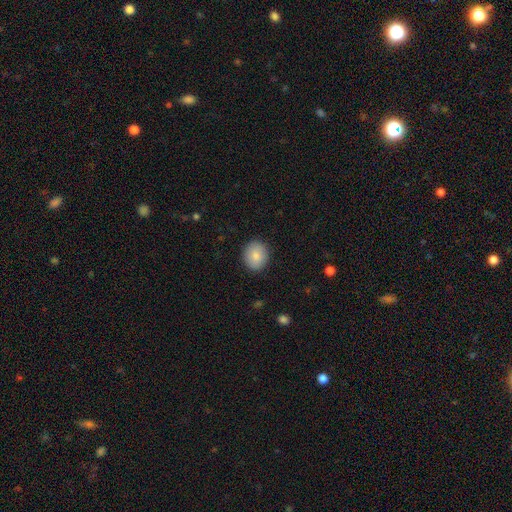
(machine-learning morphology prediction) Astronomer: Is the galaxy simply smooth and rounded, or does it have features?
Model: smooth — 86%.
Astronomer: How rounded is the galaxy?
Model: round — 72%.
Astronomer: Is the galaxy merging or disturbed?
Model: none — 89%.